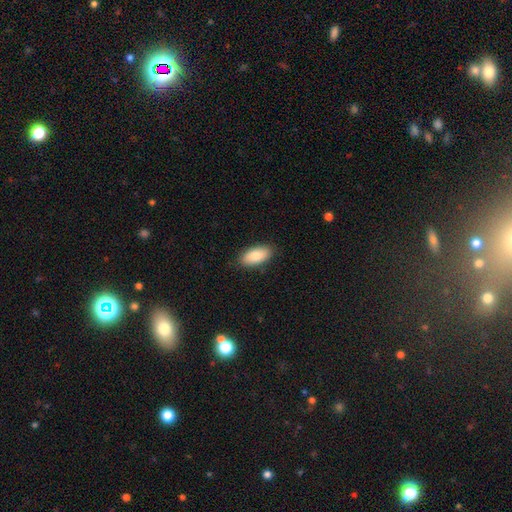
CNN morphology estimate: This is clearly a smooth galaxy (84%). How rounded: clearly in between (92%). Merging: clearly none (87%).